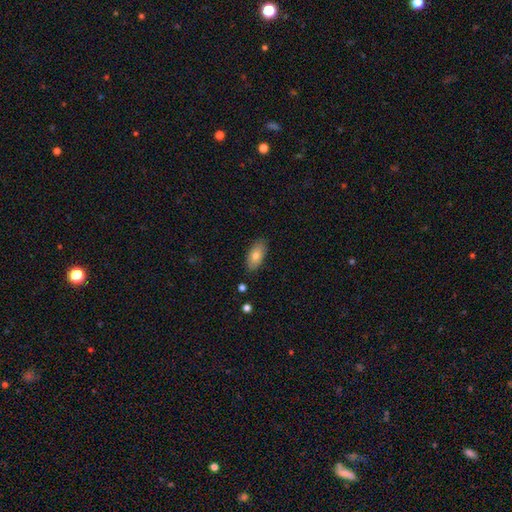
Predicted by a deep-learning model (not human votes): Morphology: type=smooth (79%); roundness=in between (91%); merging=none (85%).